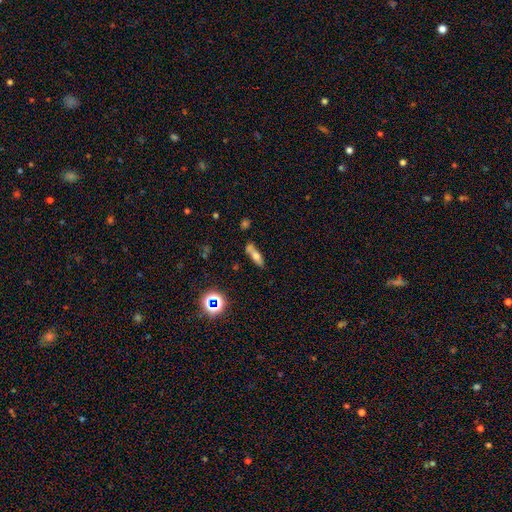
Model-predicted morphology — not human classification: Q: Smooth or featured?
A: smooth (56%); runner-up: featured or disk (31%)
Q: How rounded?
A: cigar-shaped (54%); runner-up: in between (42%)
Q: Merging?
A: none (59%); runner-up: minor disturbance (18%)